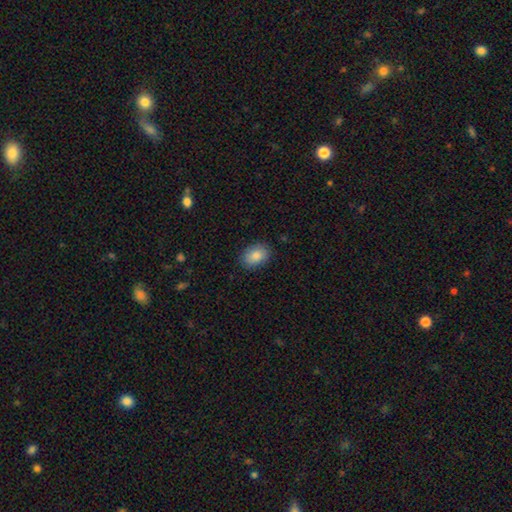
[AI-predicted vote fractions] Overall: smooth (87%). How rounded: in between (80%). Merging: none (86%).